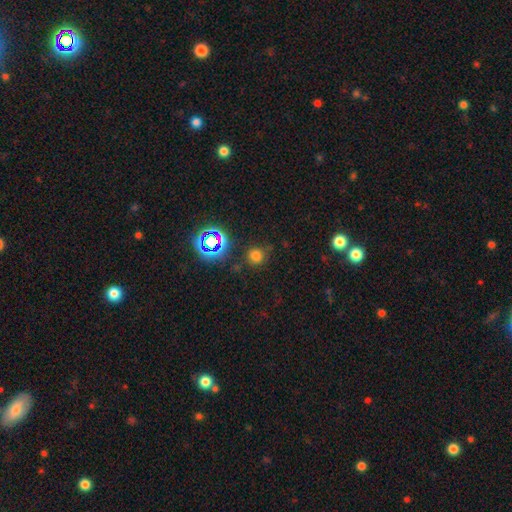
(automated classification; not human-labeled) Smooth or featured? Predicted: smooth (p=0.68). How rounded? Predicted: round (p=0.89). Merging? Predicted: none (p=0.80).